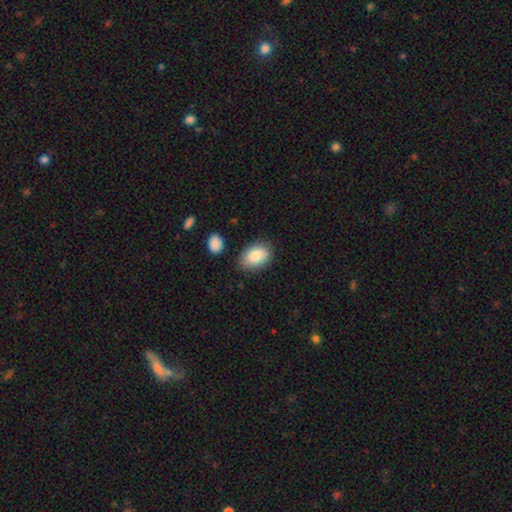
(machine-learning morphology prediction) Smooth or featured: smooth — 86% (featured or disk — 7%)
How rounded: in between — 84% (round — 15%)
Merging: none — 79% (minor disturbance — 14%)